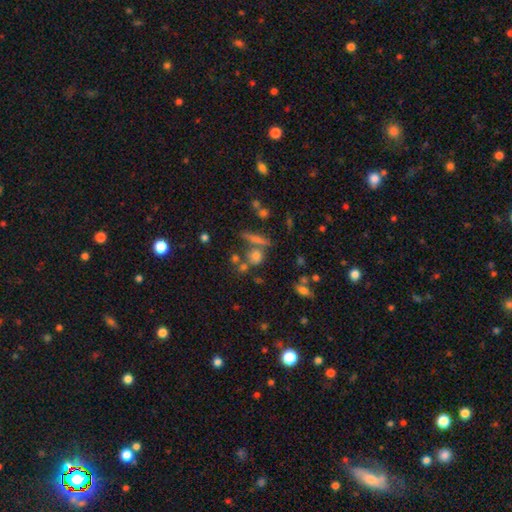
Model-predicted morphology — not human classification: This is possibly a smooth galaxy (59%). How rounded: likely round (67%). Merging: possibly none (54%).